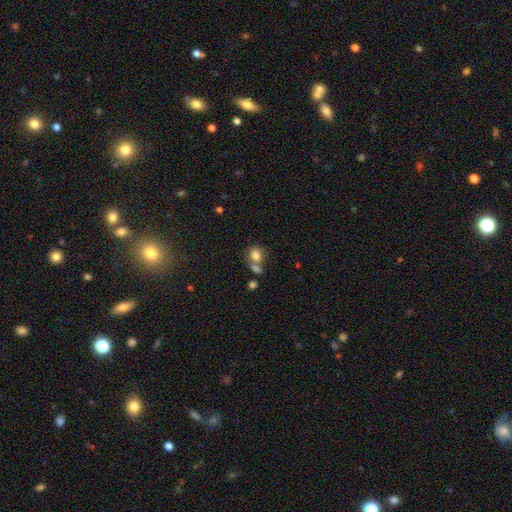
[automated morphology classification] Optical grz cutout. It shows a smooth galaxy with no disk features (80%) that is round (53%). Merging: none (43%).